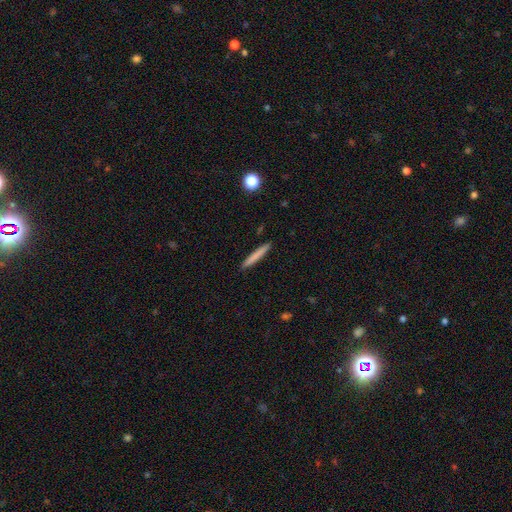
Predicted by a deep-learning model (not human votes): A smooth galaxy with no disk features (77%) that is cigar-shaped (96%).

Vote fractions:
- Smooth or featured? smooth: 77% / featured or disk: 17% / star or artifact: 6%
- How rounded? cigar-shaped: 96% / in between: 3% / round: 1%
- Merging? none: 91% / minor disturbance: 6% / major disturbance: 1% / merger: 1%